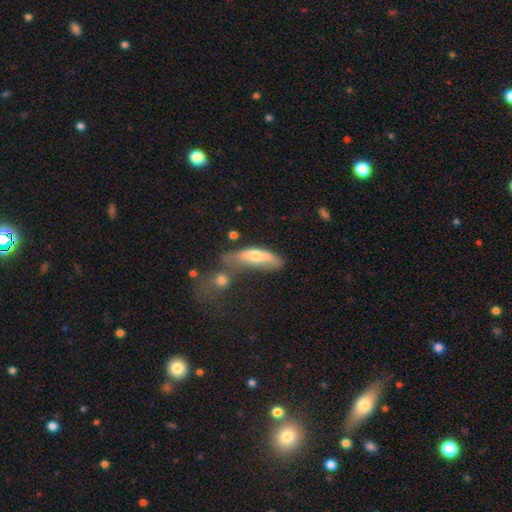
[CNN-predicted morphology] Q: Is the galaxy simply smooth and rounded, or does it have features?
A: smooth — 63%.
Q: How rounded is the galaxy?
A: cigar-shaped — 51%.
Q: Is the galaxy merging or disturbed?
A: none — 34%.